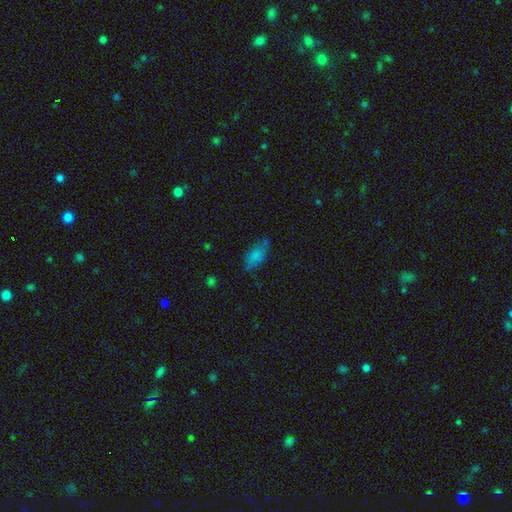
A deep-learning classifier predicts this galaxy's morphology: Q: Smooth or featured?
A: smooth (80%); runner-up: star or artifact (10%)
Q: How rounded?
A: in between (89%); runner-up: cigar-shaped (7%)
Q: Merging?
A: none (62%); runner-up: minor disturbance (26%)